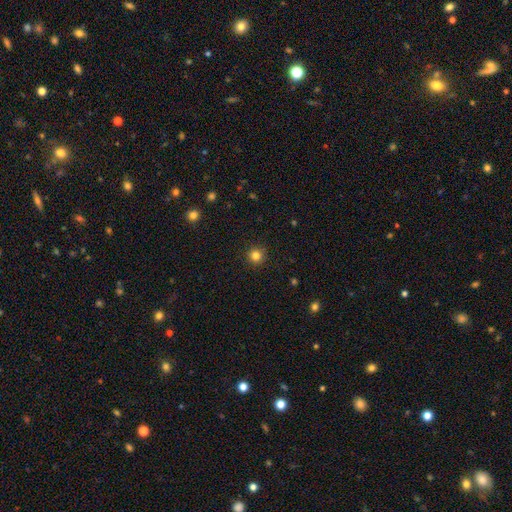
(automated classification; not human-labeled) Smooth or featured? smooth (83%)
How rounded? round (95%)
Merging? none (92%)